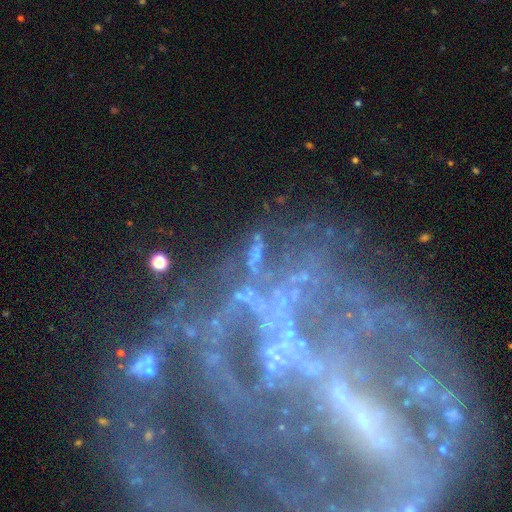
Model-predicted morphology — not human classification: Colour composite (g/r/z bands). It shows a featured or disk galaxy (49%). Merging: none (50%).